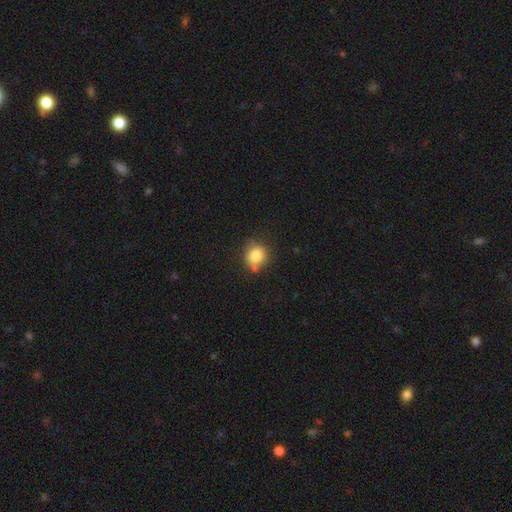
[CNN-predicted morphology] Q: Smooth or featured?
A: smooth (82%); runner-up: star or artifact (10%)
Q: How rounded?
A: round (83%); runner-up: in between (16%)
Q: Merging?
A: none (65%); runner-up: minor disturbance (20%)